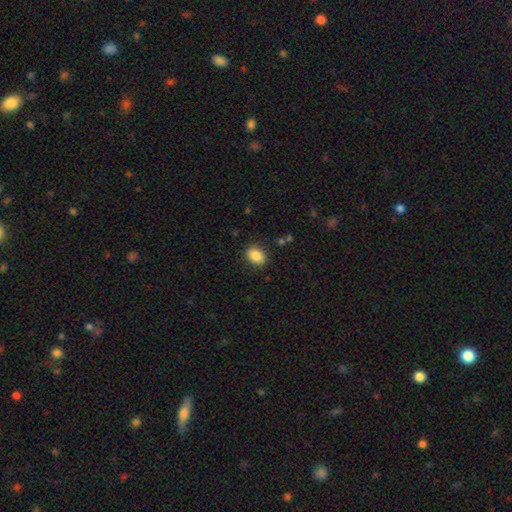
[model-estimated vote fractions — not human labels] A smooth galaxy with no disk features (87%) that is in between round and cigar-shaped (65%).

Vote fractions:
- Smooth or featured? smooth: 87% / star or artifact: 8% / featured or disk: 4%
- How rounded? in between: 65% / round: 34% / cigar-shaped: 1%
- Merging? none: 87% / minor disturbance: 9% / major disturbance: 3% / merger: 1%